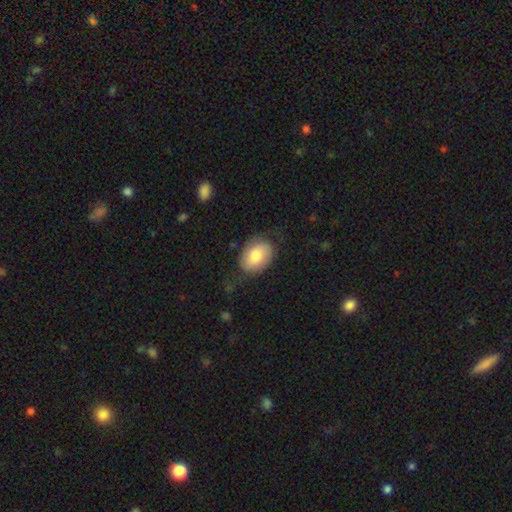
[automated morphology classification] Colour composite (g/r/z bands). It shows a smooth galaxy with no disk features (72%) that is in between round and cigar-shaped (79%). Merging: none (66%).